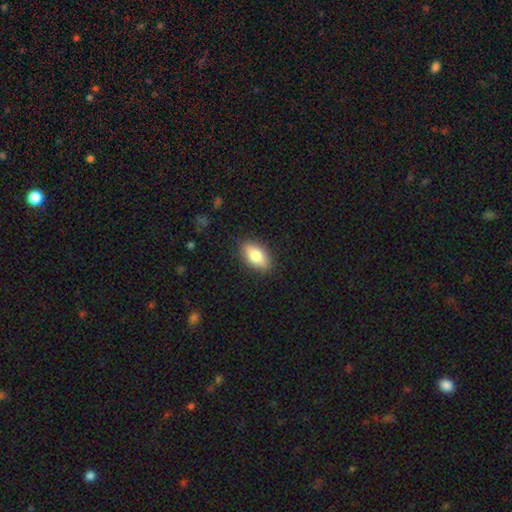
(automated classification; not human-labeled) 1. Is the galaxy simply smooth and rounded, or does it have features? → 81% smooth, 13% featured or disk, 7% star or artifact.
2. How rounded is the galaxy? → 89% in between, 6% cigar-shaped, 5% round.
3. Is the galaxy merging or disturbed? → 87% none, 10% minor disturbance, 2% major disturbance, 1% merger.